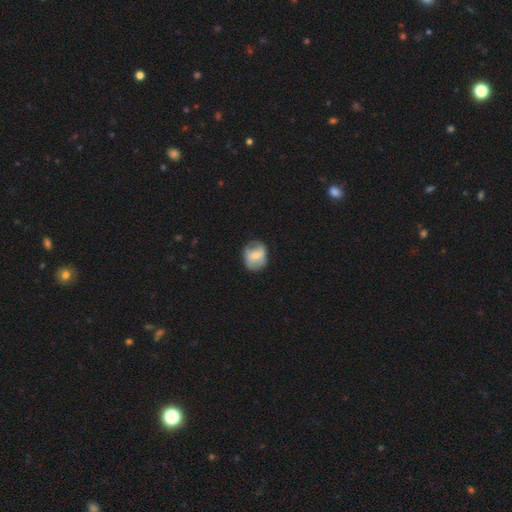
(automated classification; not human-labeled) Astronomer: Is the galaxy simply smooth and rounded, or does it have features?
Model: smooth — 57% (runner-up: featured or disk, 36%).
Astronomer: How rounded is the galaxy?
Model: round — 63%.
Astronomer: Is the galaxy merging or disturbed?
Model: none — 65%.